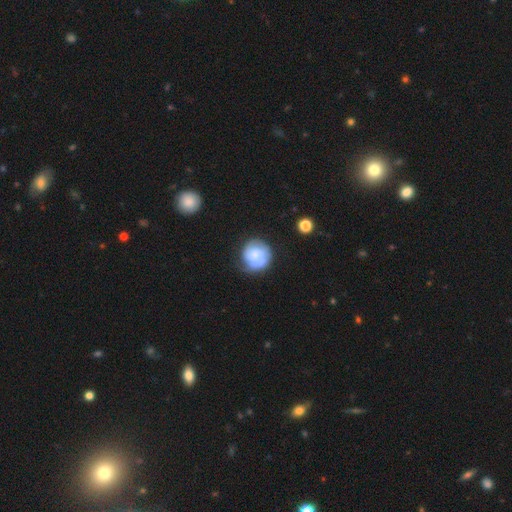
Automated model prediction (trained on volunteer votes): Smooth or featured?
  - featured or disk: 48% *
  - smooth: 45%
  - star or artifact: 7%
Merging?
  - none: 65% *
  - minor disturbance: 23%
  - major disturbance: 10%
  - merger: 2%